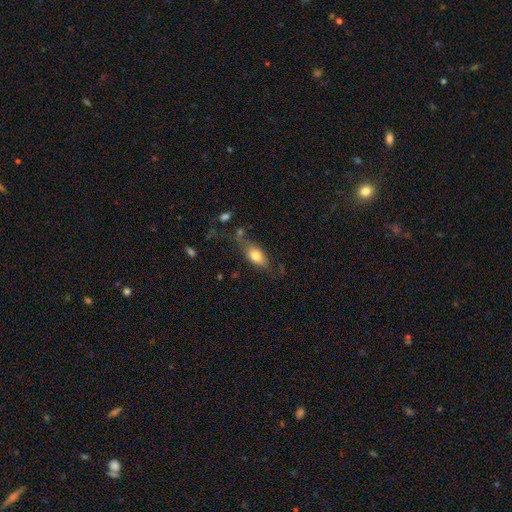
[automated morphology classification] smooth_or_featured: smooth (p=0.71) [alt: featured or disk p=0.21]
how_rounded: in between (p=0.83) [alt: cigar-shaped p=0.11]
merging: none (p=0.55) [alt: minor disturbance p=0.24]